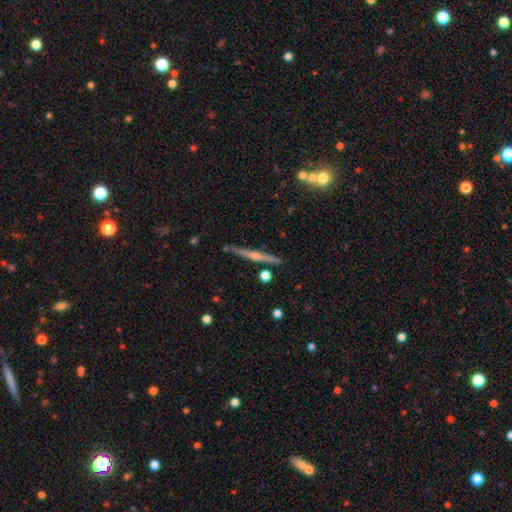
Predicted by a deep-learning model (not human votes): The model was most divided on "smooth or featured": featured or disk: 74%, smooth: 16%, star or artifact: 10%. More confident: edge-on disk — yes (96%); merging — none (84%); edge-on bulge — rounded (80%).